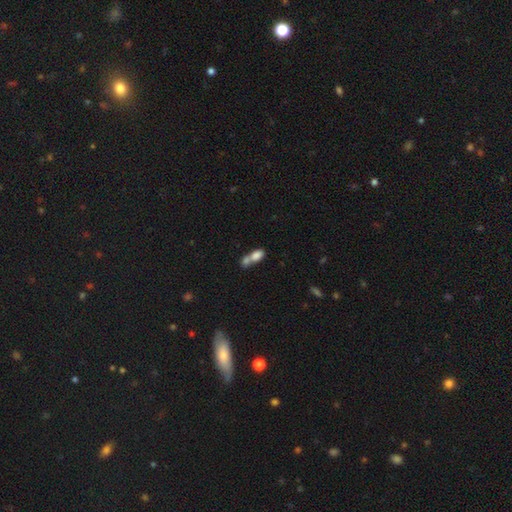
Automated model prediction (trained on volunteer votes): smooth_or_featured: smooth (p=0.78) [alt: featured or disk p=0.13]
how_rounded: in between (p=0.81) [alt: round p=0.10]
merging: merger (p=0.68) [alt: none p=0.20]